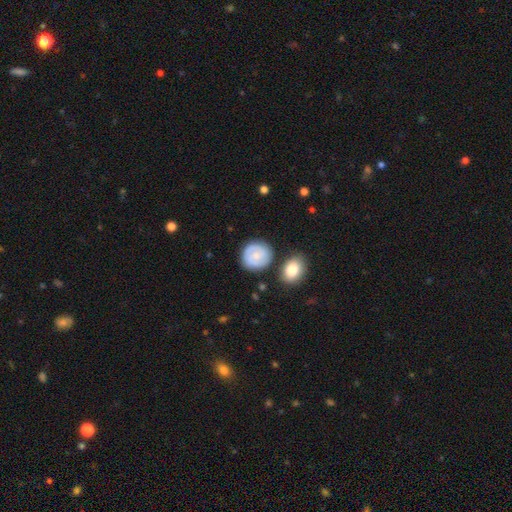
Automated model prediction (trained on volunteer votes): Smooth or featured?
  - smooth: 54% *
  - featured or disk: 40%
  - star or artifact: 6%
How rounded?
  - round: 86% *
  - in between: 13%
  - cigar-shaped: 1%
Merging?
  - none: 78% *
  - minor disturbance: 13%
  - merger: 5%
  - major disturbance: 4%